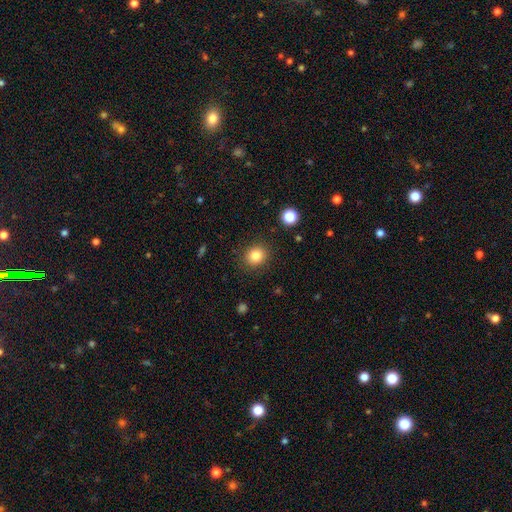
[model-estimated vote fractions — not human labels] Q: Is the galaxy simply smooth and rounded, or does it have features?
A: smooth — 83%.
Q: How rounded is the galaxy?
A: round — 79%.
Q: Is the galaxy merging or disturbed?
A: none — 88%.